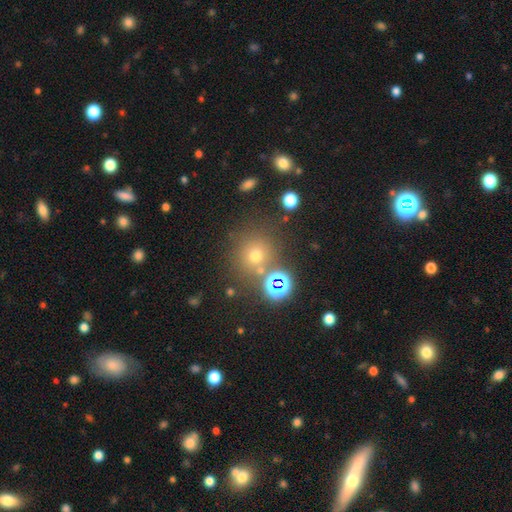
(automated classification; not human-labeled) smooth 63%, star or artifact 27%, featured or disk 10%. Down the decision tree: how rounded — round (91%); merging — none (75%).